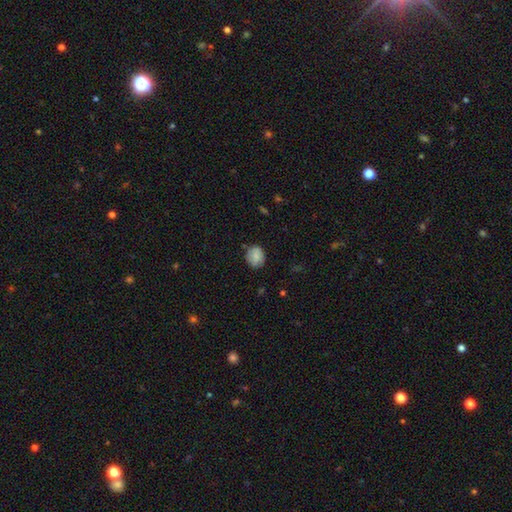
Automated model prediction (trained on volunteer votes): Smooth or featured? smooth (80%)
How rounded? round (56%)
Merging? none (75%)